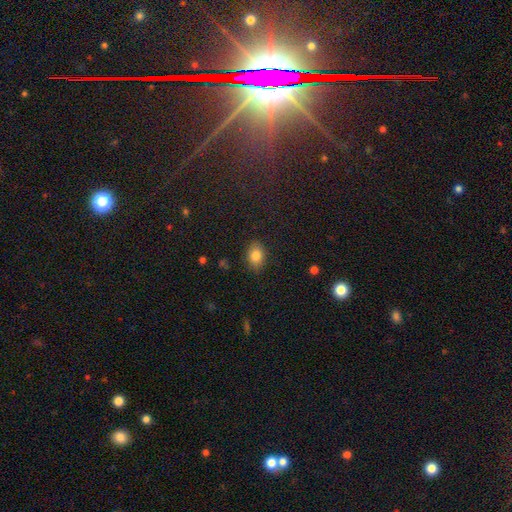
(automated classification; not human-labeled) Smooth or featured? Predicted: smooth (p=0.82). How rounded? Predicted: in between (p=0.77). Merging? Predicted: none (p=0.84).